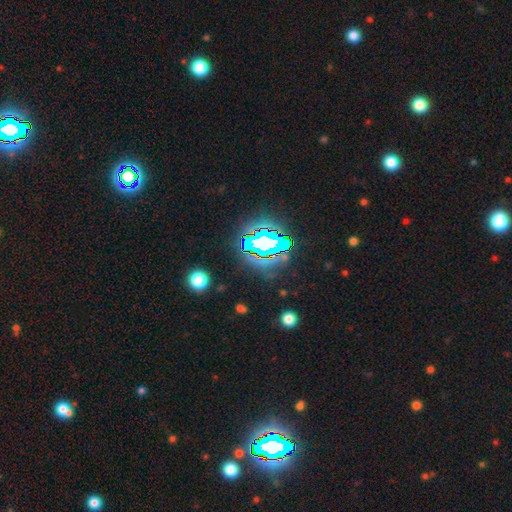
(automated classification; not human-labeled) star or artifact 84%, smooth 9%, featured or disk 6%.